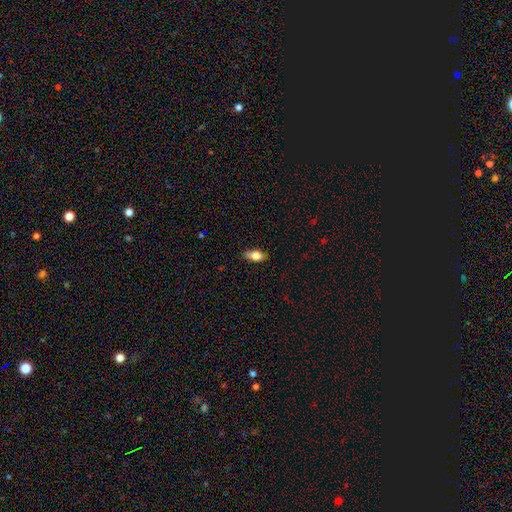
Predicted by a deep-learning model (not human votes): smooth-or-featured: smooth: 79% | featured or disk: 13% | star or artifact: 8%
  how-rounded: in between: 85% | cigar-shaped: 8% | round: 7%
  merging: none: 80% | minor disturbance: 17% | major disturbance: 3% | merger: 1%